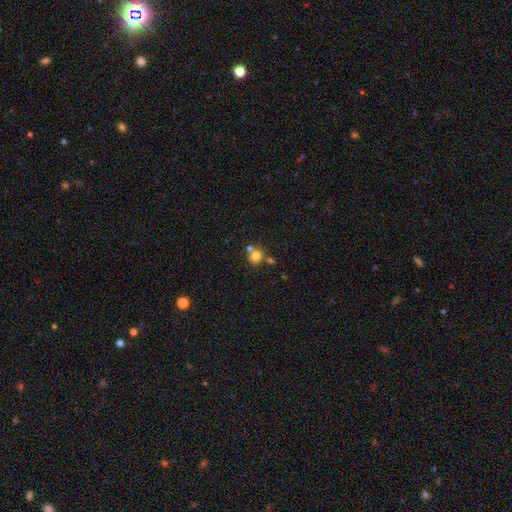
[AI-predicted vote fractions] smooth-or-featured: smooth: 77% | star or artifact: 13% | featured or disk: 10%
  how-rounded: round: 75% | in between: 24% | cigar-shaped: 1%
  merging: none: 58% | merger: 29% | minor disturbance: 10% | major disturbance: 3%